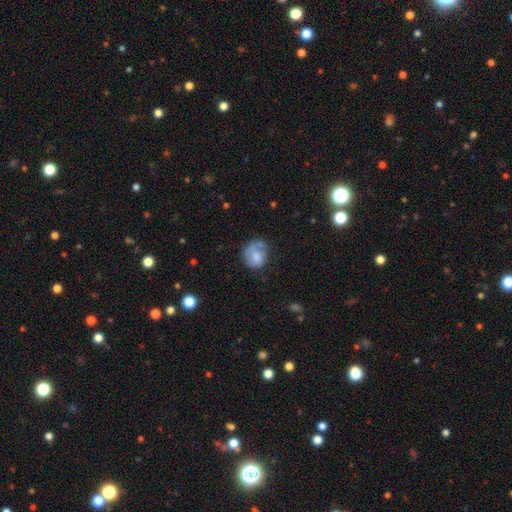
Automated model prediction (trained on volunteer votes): smooth-or-featured: smooth: 65% | featured or disk: 27% | star or artifact: 8%
  how-rounded: round: 67% | in between: 32% | cigar-shaped: 1%
  merging: none: 41% | minor disturbance: 24% | major disturbance: 23% | merger: 11%